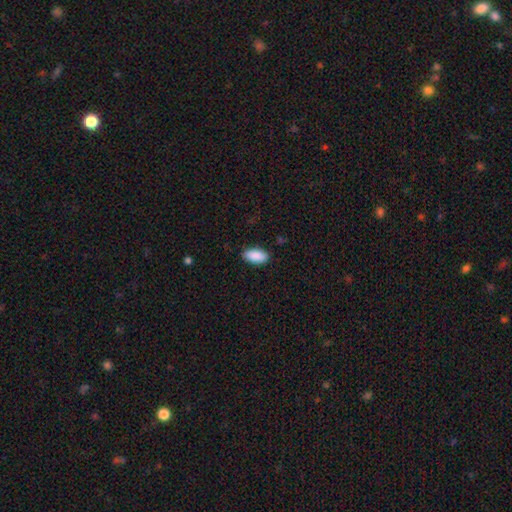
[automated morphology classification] The model was most divided on "merging": none: 87%, minor disturbance: 10%, major disturbance: 2%, merger: 1%. More confident: how rounded — in between (93%); smooth or featured — smooth (90%).